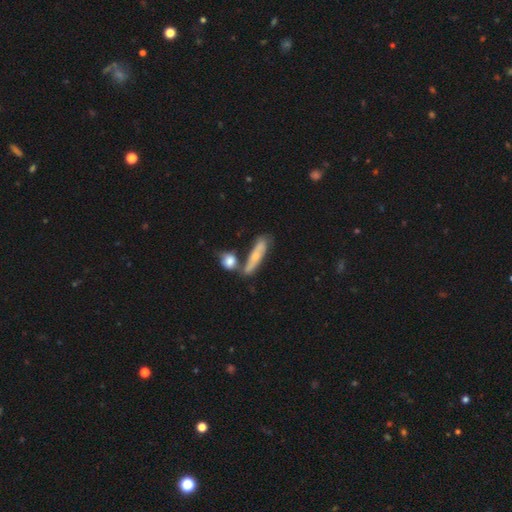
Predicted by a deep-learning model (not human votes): Morphology: type=smooth (53%); roundness=cigar-shaped (71%); merging=none (51%).